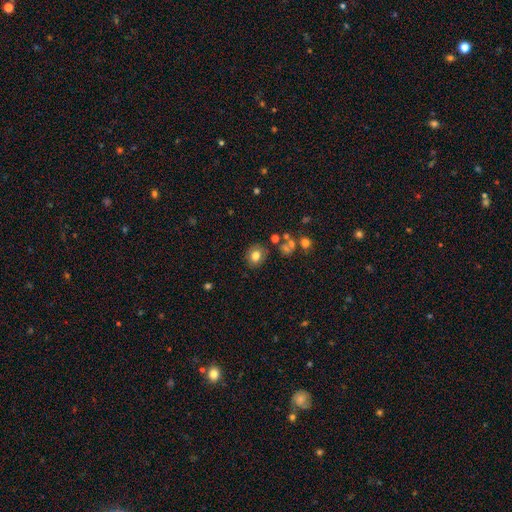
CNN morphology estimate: smooth_or_featured: smooth (p=0.77) [alt: featured or disk p=0.12]
how_rounded: round (p=0.67) [alt: in between p=0.32]
merging: none (p=0.82) [alt: minor disturbance p=0.11]